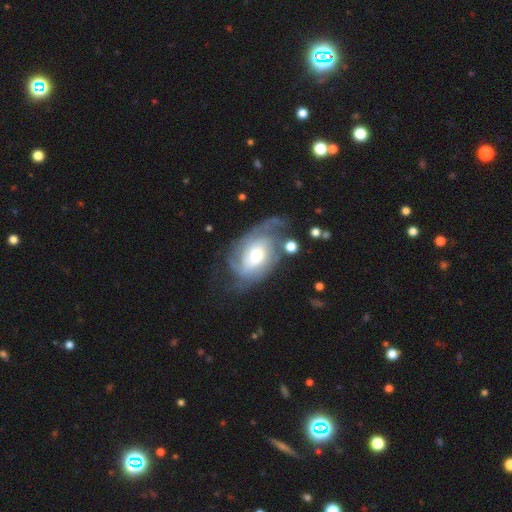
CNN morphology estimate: A featured or disk galaxy (77%) with no bar (69%), 2 (36%) tight (43%) spiral arms (90%) and a moderate central bulge (45%).

Vote fractions:
- Smooth or featured? featured or disk: 77% / smooth: 17% / star or artifact: 6%
- Edge-on disk? no: 96% / yes: 4%
- Bar? no: 69% / weak: 26% / strong: 6%
- Spiral arms? yes: 90% / no: 10%
- Spiral winding? tight: 43% / medium: 38% / loose: 19%
- Spiral arm count? 2: 36% / can't tell: 31% / 3: 16% / 1: 7% / 4: 6% / more than 4: 4%
- Bulge size? moderate: 45% / large: 37% / small: 11% / dominant: 5% / none: 2%
- Merging? none: 46% / major disturbance: 25% / minor disturbance: 24% / merger: 4%